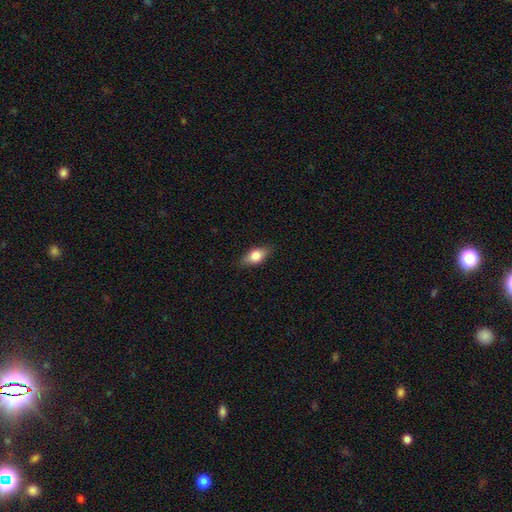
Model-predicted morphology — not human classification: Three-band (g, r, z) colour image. It shows a smooth galaxy with no disk features (75%) that is in between round and cigar-shaped (82%). Merging: none (84%).